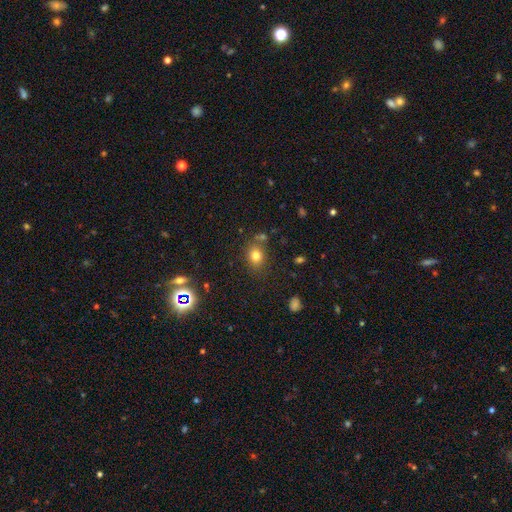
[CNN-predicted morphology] A smooth galaxy with no disk features (77%) that is round (54%).

Vote fractions:
- Smooth or featured? smooth: 77% / star or artifact: 14% / featured or disk: 9%
- How rounded? round: 54% / in between: 45% / cigar-shaped: 1%
- Merging? none: 73% / minor disturbance: 13% / merger: 9% / major disturbance: 5%